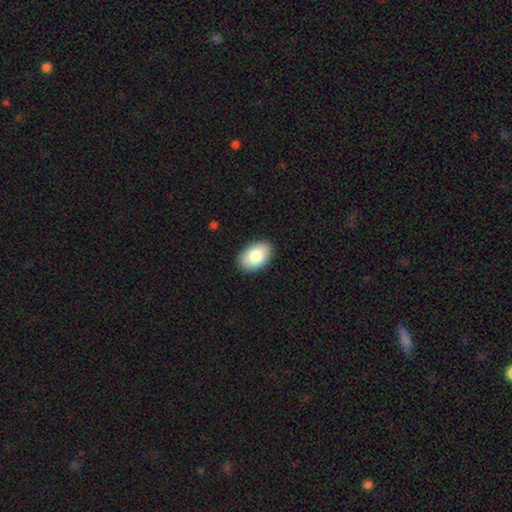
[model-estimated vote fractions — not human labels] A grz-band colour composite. It shows a smooth galaxy with no disk features (84%) that is in between round and cigar-shaped (91%). Merging: none (89%).